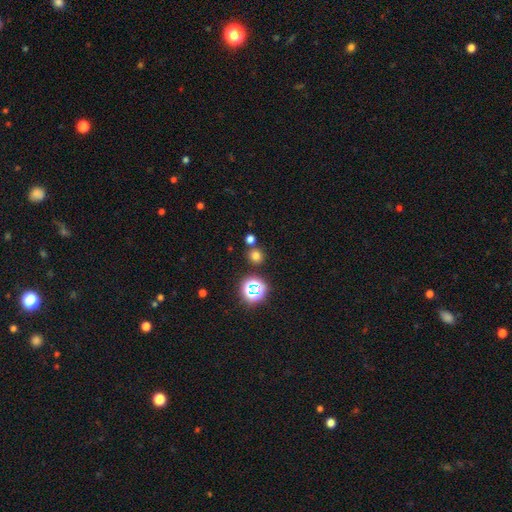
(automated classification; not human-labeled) A smooth galaxy with no disk features (67%) that is round (88%).

Vote fractions:
- Smooth or featured? smooth: 67% / star or artifact: 26% / featured or disk: 6%
- How rounded? round: 88% / in between: 11% / cigar-shaped: 1%
- Merging? none: 75% / merger: 15% / minor disturbance: 7% / major disturbance: 3%